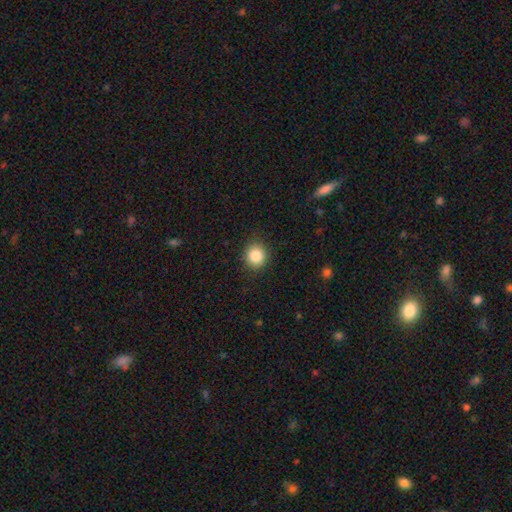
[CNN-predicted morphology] This appears to be a smooth galaxy with no disk features (85%) that is round (86%). Merging: none (89%).